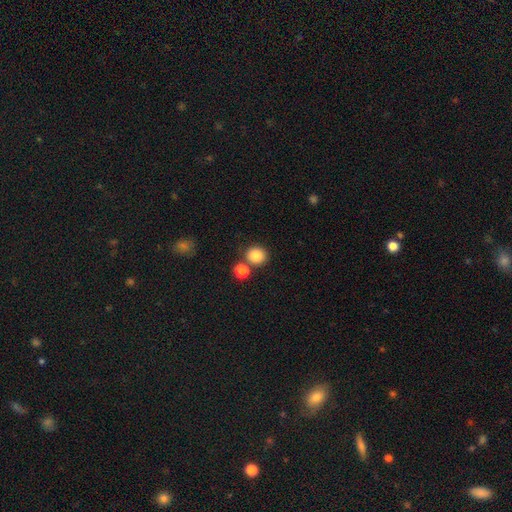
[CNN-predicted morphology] This is clearly a smooth galaxy (83%). How rounded: clearly round (87%). Merging: likely none (75%).